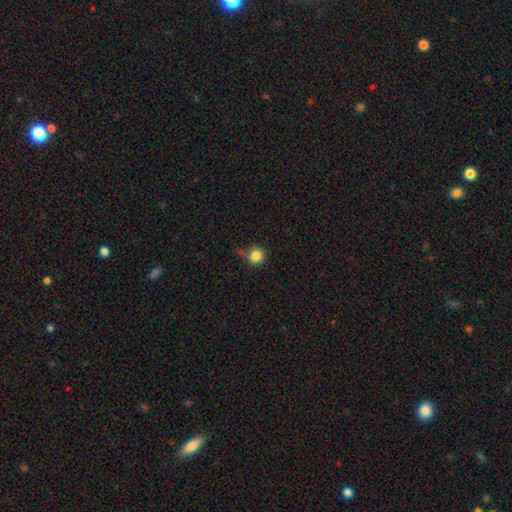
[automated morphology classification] The model was most divided on "merging": none: 69%, minor disturbance: 18%, merger: 8%, major disturbance: 6%. More confident: how rounded — round (92%); smooth or featured — smooth (84%).